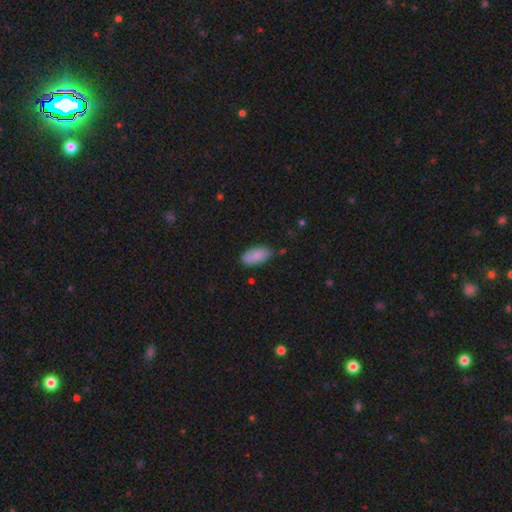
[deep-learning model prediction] Smooth or featured?
  - smooth: 78% *
  - featured or disk: 15%
  - star or artifact: 7%
How rounded?
  - in between: 92% *
  - cigar-shaped: 5%
  - round: 3%
Merging?
  - none: 70% *
  - minor disturbance: 23%
  - major disturbance: 4%
  - merger: 3%